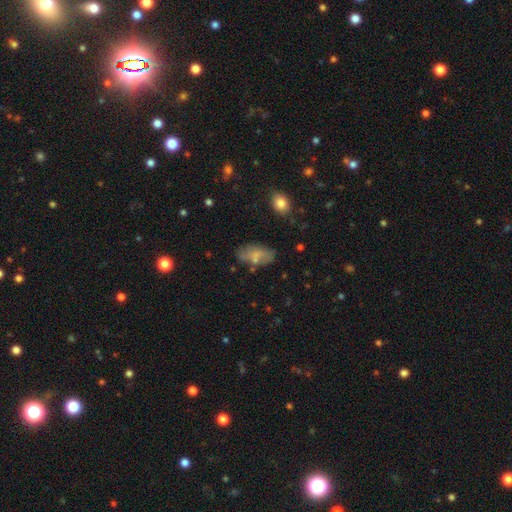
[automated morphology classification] Smooth or featured? Predicted: smooth (p=0.66). How rounded? Predicted: in between (p=0.91). Merging? Predicted: none (p=0.63).